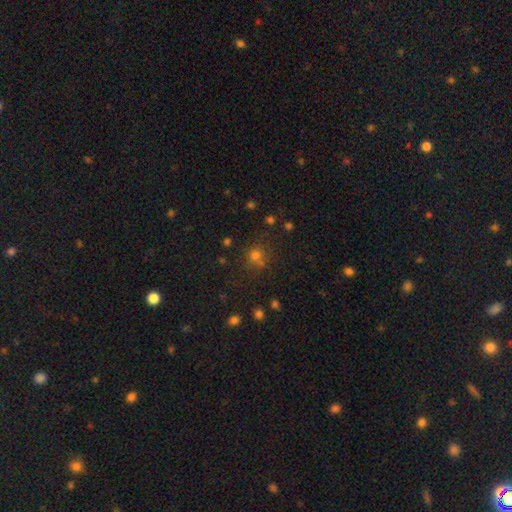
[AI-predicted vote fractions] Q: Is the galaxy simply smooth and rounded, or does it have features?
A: smooth — 68%.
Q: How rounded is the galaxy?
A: round — 85%.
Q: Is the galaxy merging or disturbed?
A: none — 70%.